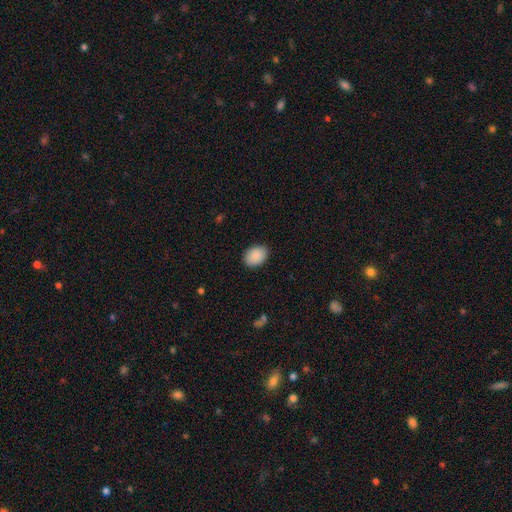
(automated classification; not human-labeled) smooth-or-featured: smooth: 90% | star or artifact: 7% | featured or disk: 3%
  how-rounded: in between: 77% | round: 22% | cigar-shaped: 1%
  merging: none: 85% | minor disturbance: 11% | major disturbance: 2% | merger: 1%